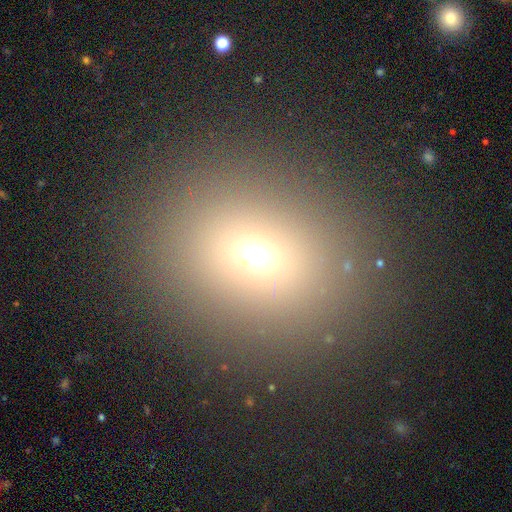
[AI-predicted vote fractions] Q: Smooth or featured?
A: smooth (65%); runner-up: star or artifact (25%)
Q: How rounded?
A: round (69%); runner-up: in between (30%)
Q: Merging?
A: none (84%); runner-up: minor disturbance (8%)